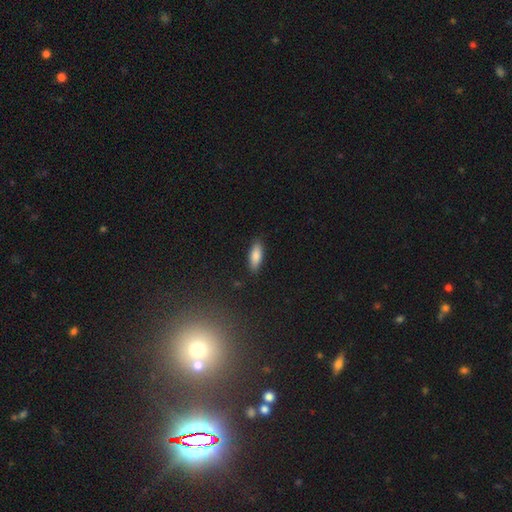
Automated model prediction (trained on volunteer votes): Smooth or featured? Predicted: smooth (p=0.85). How rounded? Predicted: in between (p=0.70). Merging? Predicted: none (p=0.86).